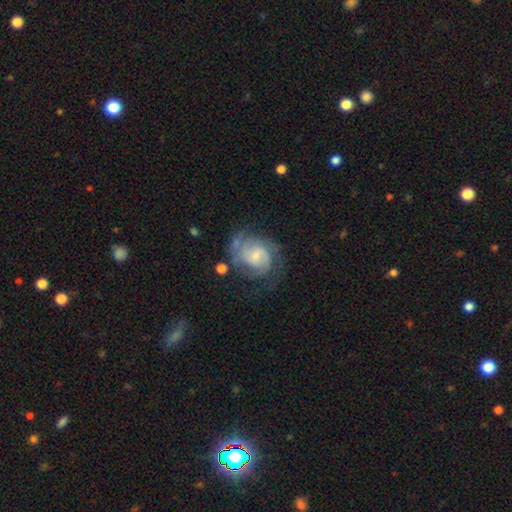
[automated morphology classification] Overall: featured or disk (82%). Edge-on disk: no (98%). Bar: no (55%; weak 38%). Spiral arms: yes (94%). Spiral arm count: 2 (50%; can't tell 22%). Spiral winding: tight (48%; medium 40%). Bulge size: small (62%; moderate 31%). Merging: none (62%).